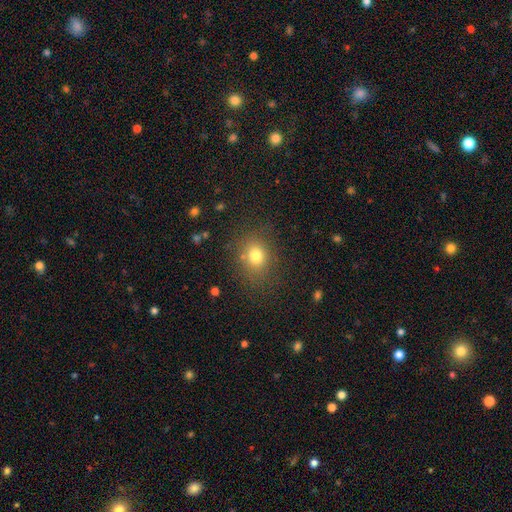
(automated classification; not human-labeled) smooth_or_featured: smooth (p=0.76) [alt: star or artifact p=0.15]
how_rounded: round (p=0.59) [alt: in between p=0.40]
merging: none (p=0.80) [alt: minor disturbance p=0.12]